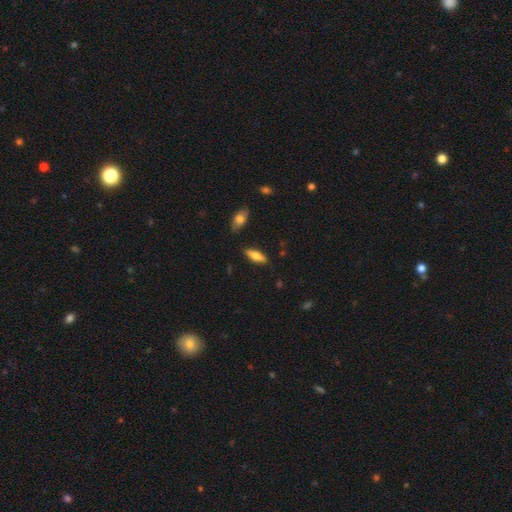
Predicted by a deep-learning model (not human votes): A smooth galaxy with no disk features (68%) that is in between round and cigar-shaped (58%). Merging: none (85%).